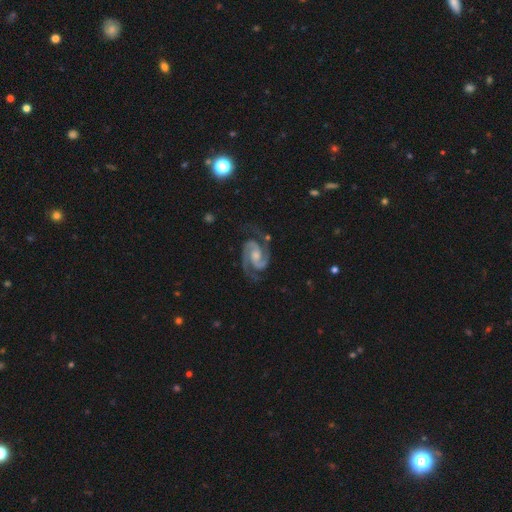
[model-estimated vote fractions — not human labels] smooth_or_featured: featured or disk (p=0.94) [alt: star or artifact p=0.04]
disk_edge_on: no (p=0.98) [alt: yes p=0.02]
bar: no (p=0.49) [alt: weak p=0.38]
has_spiral_arms: yes (p=0.99) [alt: no p=0.01]
spiral_winding: medium (p=0.55) [alt: tight p=0.35]
spiral_arm_count: 2 (p=0.94) [alt: 3 p=0.02]
bulge_size: moderate (p=0.53) [alt: small p=0.29]
merging: none (p=0.75) [alt: minor disturbance p=0.17]